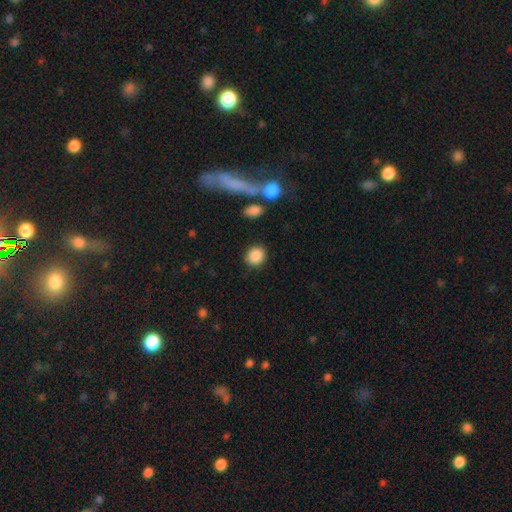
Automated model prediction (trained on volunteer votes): The model was most divided on "how rounded": round: 74%, in between: 25%, cigar-shaped: 2%. More confident: smooth or featured — smooth (88%); merging — none (84%).